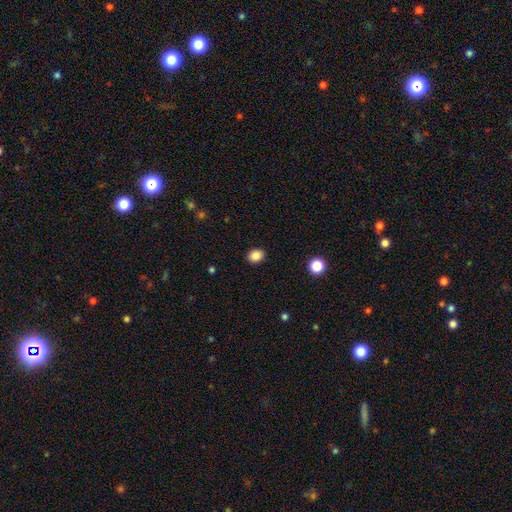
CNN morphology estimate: Smooth or featured? smooth (86%)
How rounded? round (54%)
Merging? none (90%)